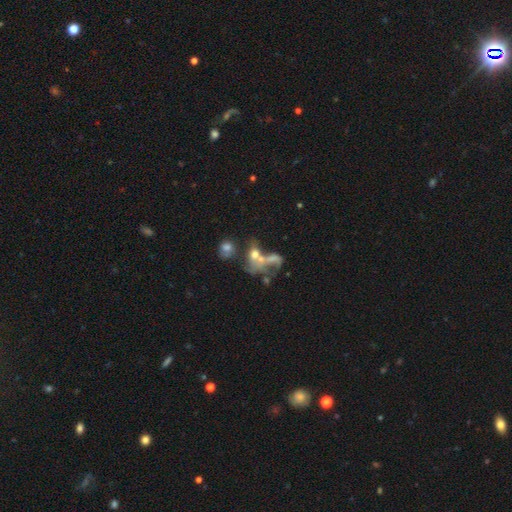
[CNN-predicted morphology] The model was most divided on "smooth or featured": featured or disk: 46%, smooth: 36%, star or artifact: 17%. More confident: merging — merger (52%).